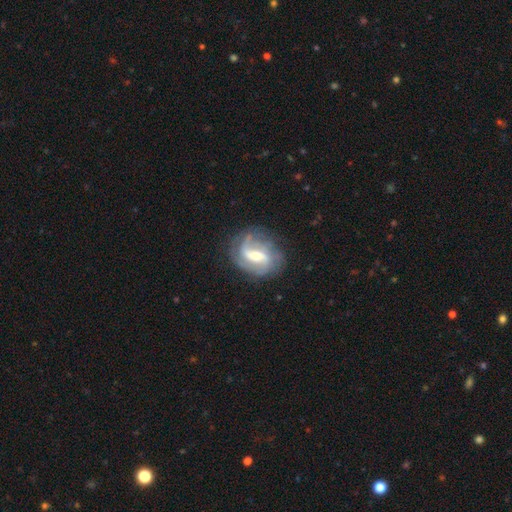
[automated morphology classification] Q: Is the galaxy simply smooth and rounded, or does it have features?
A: featured or disk — 83%.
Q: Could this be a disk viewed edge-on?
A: no — 97%.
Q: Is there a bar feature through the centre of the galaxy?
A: weak — 48%.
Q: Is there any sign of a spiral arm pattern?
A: yes — 94%.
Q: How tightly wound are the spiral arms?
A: medium — 44%.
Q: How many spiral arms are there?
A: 2 — 57%.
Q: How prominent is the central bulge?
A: moderate — 56%.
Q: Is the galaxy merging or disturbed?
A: none — 70%.